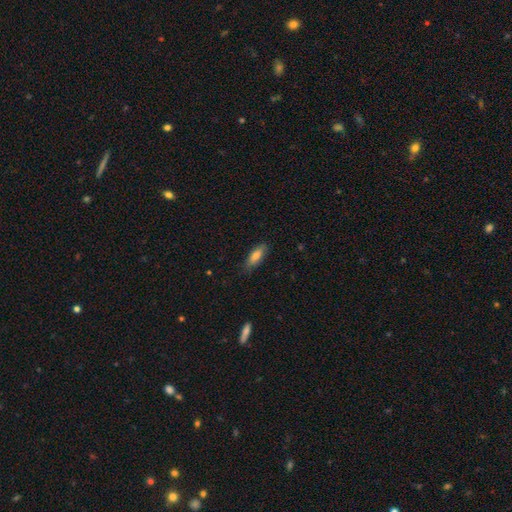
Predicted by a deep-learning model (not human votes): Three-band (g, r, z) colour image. It shows a smooth galaxy with no disk features (81%) that is in between round and cigar-shaped (64%). Merging: none (80%).